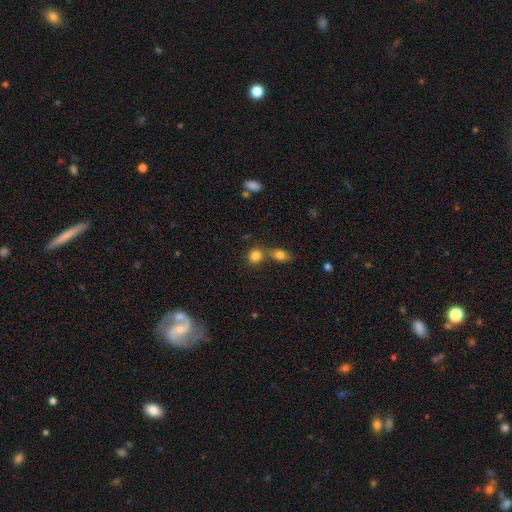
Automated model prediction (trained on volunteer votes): smooth_or_featured: smooth (p=0.83) [alt: star or artifact p=0.10]
how_rounded: round (p=0.71) [alt: in between p=0.28]
merging: none (p=0.52) [alt: merger p=0.36]